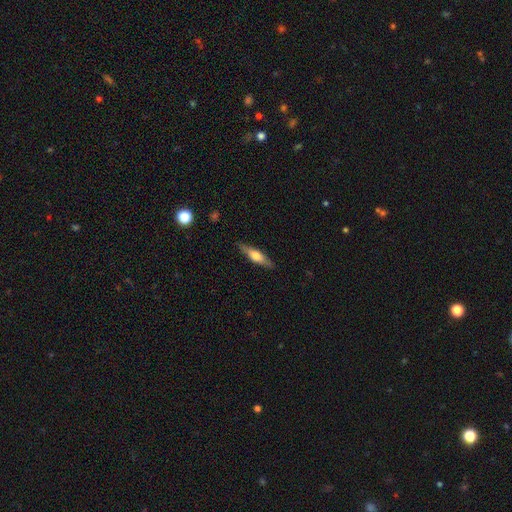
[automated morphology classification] smooth_or_featured: featured or disk (p=0.56) [alt: smooth p=0.38]
disk_edge_on: yes (p=0.94) [alt: no p=0.06]
edge_on_bulge: rounded (p=0.88) [alt: boxy p=0.08]
merging: none (p=0.87) [alt: minor disturbance p=0.09]